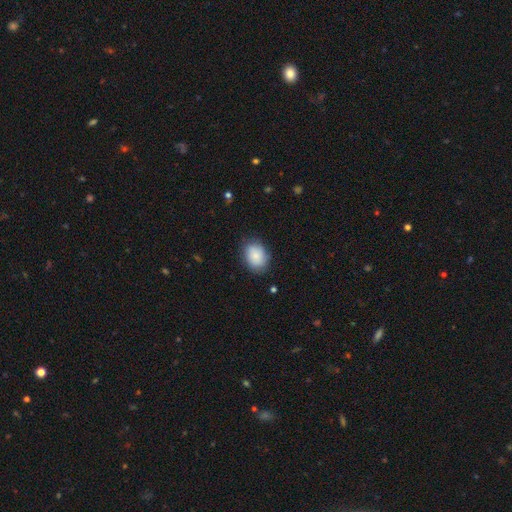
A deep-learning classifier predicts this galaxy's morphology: The model was most divided on "how rounded": in between: 65%, round: 34%, cigar-shaped: 1%. More confident: smooth or featured — smooth (83%); merging — none (78%).